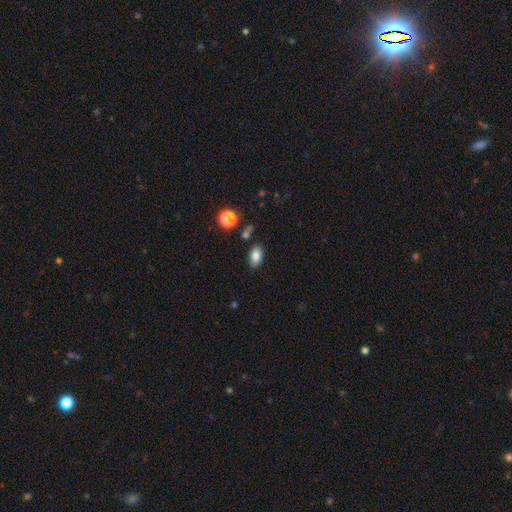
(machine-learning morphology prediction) Smooth or featured? Predicted: smooth (p=0.84). How rounded? Predicted: in between (p=0.89). Merging? Predicted: none (p=0.80).